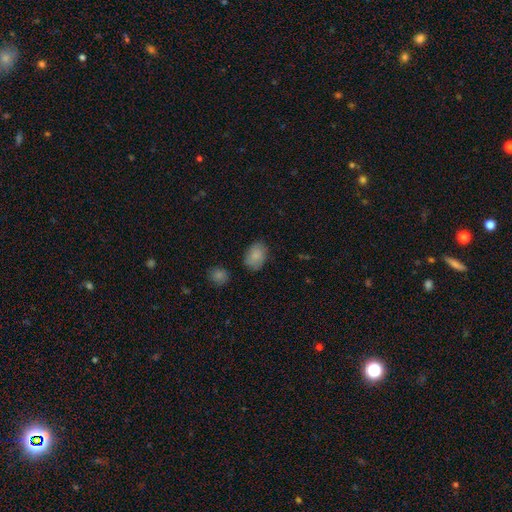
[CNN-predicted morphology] Smooth or featured? smooth (84%)
How rounded? in between (75%)
Merging? none (78%)